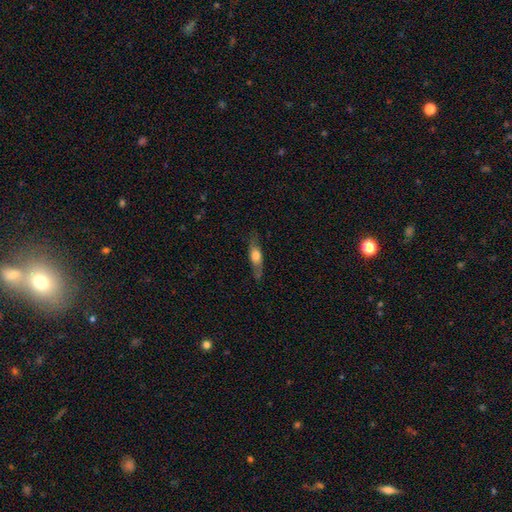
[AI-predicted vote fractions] This is possibly a smooth galaxy (50%). How rounded: possibly cigar-shaped (56%). Merging: likely none (72%).